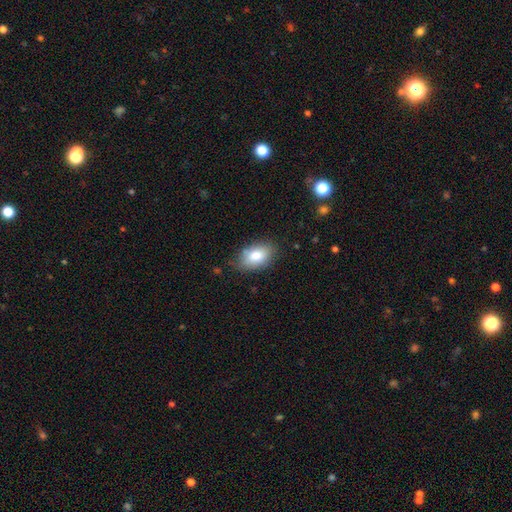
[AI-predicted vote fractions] Smooth or featured? Predicted: smooth (p=0.83). How rounded? Predicted: in between (p=0.91). Merging? Predicted: none (p=0.77).